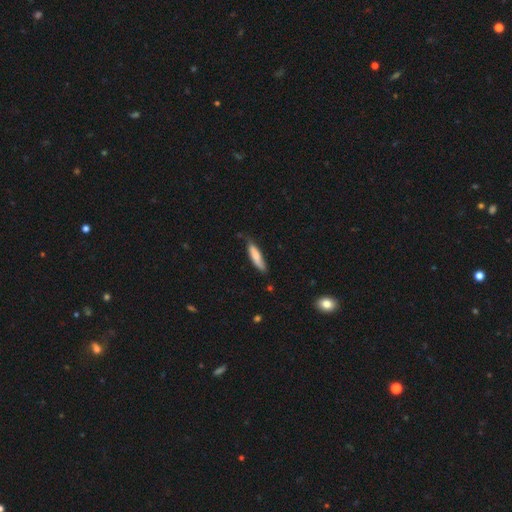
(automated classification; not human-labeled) This is likely a smooth galaxy (76%). How rounded: likely cigar-shaped (76%). Merging: likely none (70%).